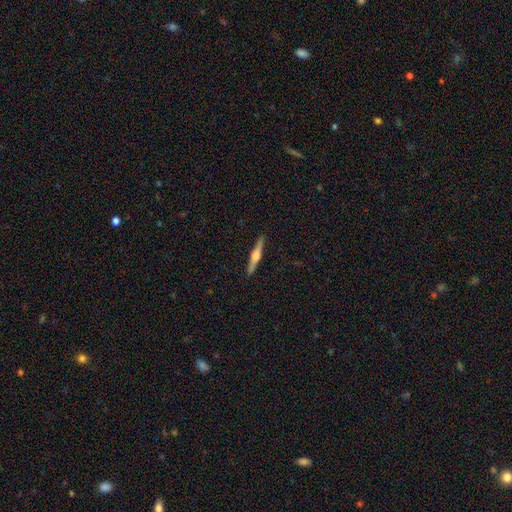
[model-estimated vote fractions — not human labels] A featured or disk galaxy (65%) viewed edge-on (98%) with a rounded central bulge (83%). Merging: none (91%).